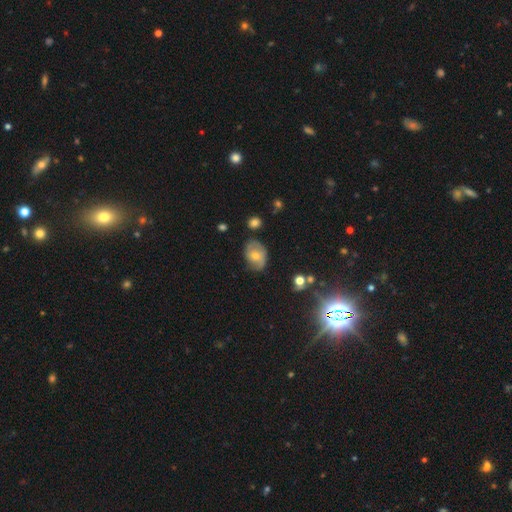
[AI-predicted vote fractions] A featured or disk galaxy (45%). Merging: none (59%).